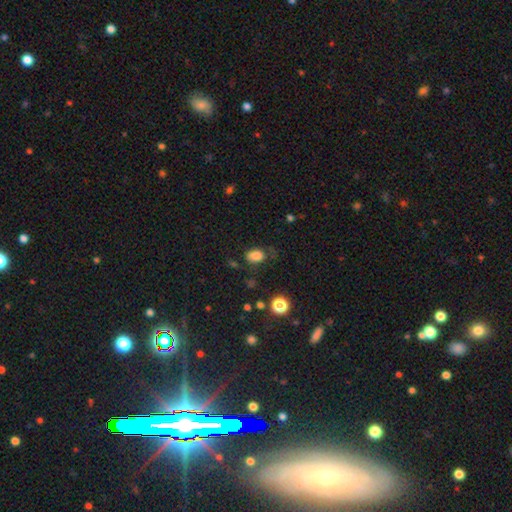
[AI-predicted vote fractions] Q: Smooth or featured?
A: smooth (80%); runner-up: star or artifact (13%)
Q: How rounded?
A: in between (80%); runner-up: round (18%)
Q: Merging?
A: none (62%); runner-up: minor disturbance (24%)